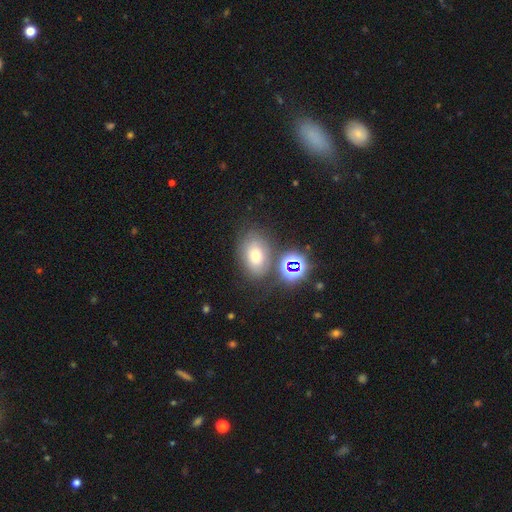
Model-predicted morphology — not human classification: This is likely a smooth galaxy (61%). How rounded: likely in between (78%). Merging: likely none (70%).